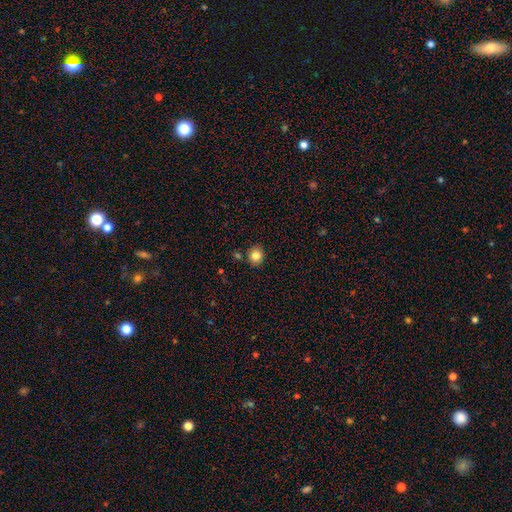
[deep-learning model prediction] Morphology: type=smooth (83%); roundness=round (81%); merging=none (85%).